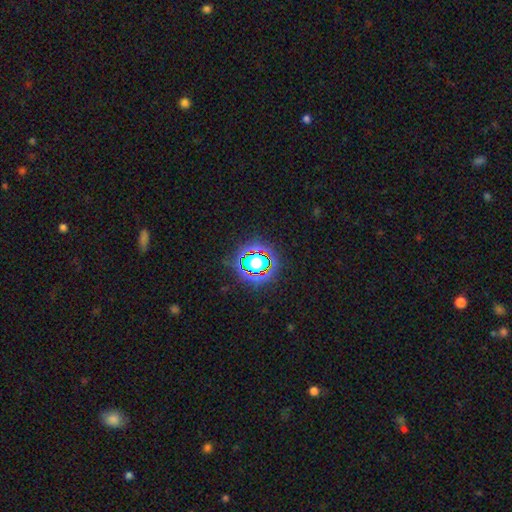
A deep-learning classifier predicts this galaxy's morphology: smooth_or_featured: star or artifact (p=0.61) [alt: smooth p=0.27]